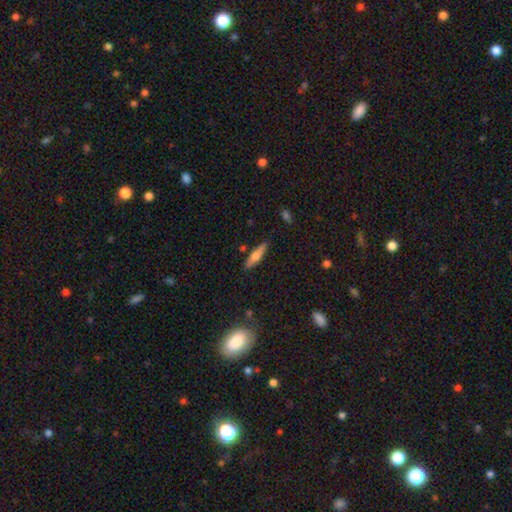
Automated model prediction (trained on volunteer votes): smooth_or_featured: smooth (p=0.60) [alt: featured or disk p=0.33]
how_rounded: cigar-shaped (p=0.77) [alt: in between p=0.21]
merging: none (p=0.85) [alt: minor disturbance p=0.10]